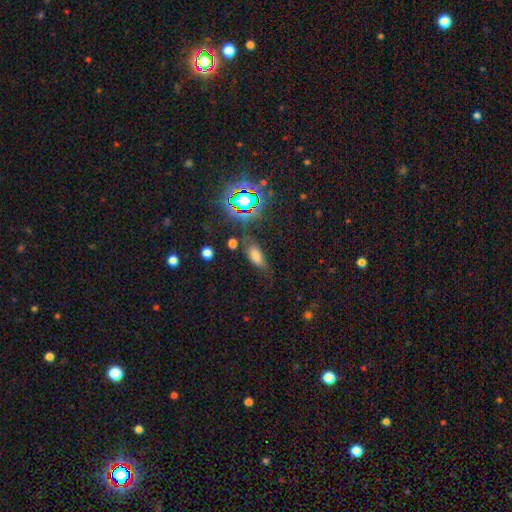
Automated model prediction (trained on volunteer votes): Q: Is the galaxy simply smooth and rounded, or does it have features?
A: smooth — 68%.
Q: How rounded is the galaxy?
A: in between — 82%.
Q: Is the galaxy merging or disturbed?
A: none — 66%.